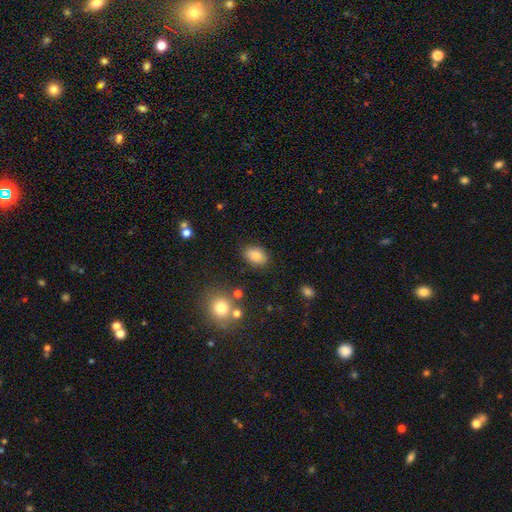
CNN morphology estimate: smooth_or_featured: smooth (p=0.84) [alt: star or artifact p=0.09]
how_rounded: in between (p=0.85) [alt: round p=0.13]
merging: none (p=0.83) [alt: minor disturbance p=0.11]